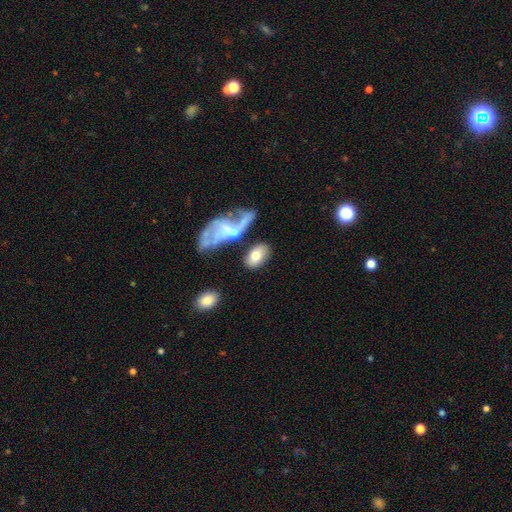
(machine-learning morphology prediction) Smooth or featured? smooth (69%)
How rounded? in between (90%)
Merging? none (56%)